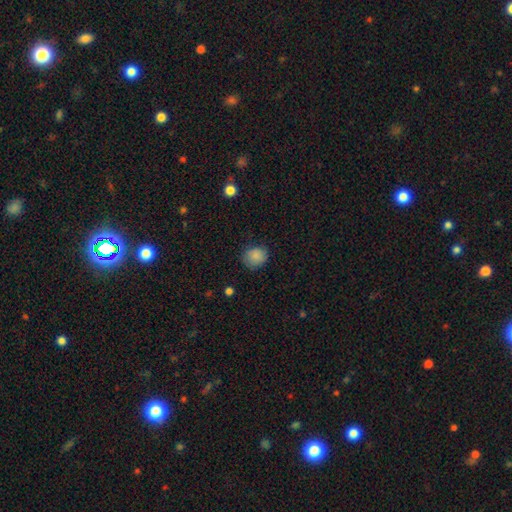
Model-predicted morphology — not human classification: smooth 86%, star or artifact 9%, featured or disk 5%. Down the decision tree: how rounded — round (76%); merging — none (76%).